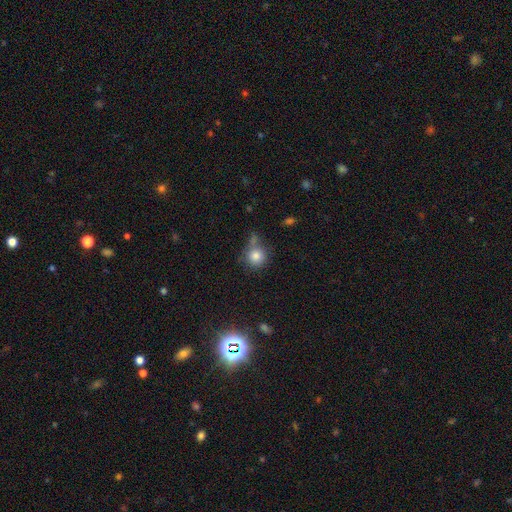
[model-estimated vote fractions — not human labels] Smooth or featured?
  - smooth: 82% *
  - star or artifact: 10%
  - featured or disk: 8%
How rounded?
  - round: 89% *
  - in between: 10%
  - cigar-shaped: 1%
Merging?
  - none: 60% *
  - minor disturbance: 18%
  - merger: 16%
  - major disturbance: 6%